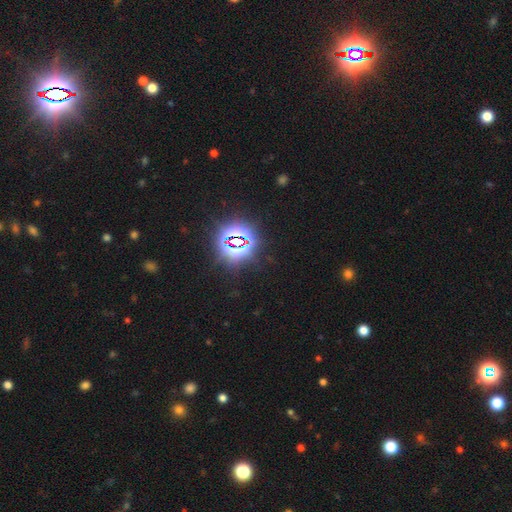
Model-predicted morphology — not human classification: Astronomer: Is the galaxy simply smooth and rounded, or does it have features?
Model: star or artifact — 82%.